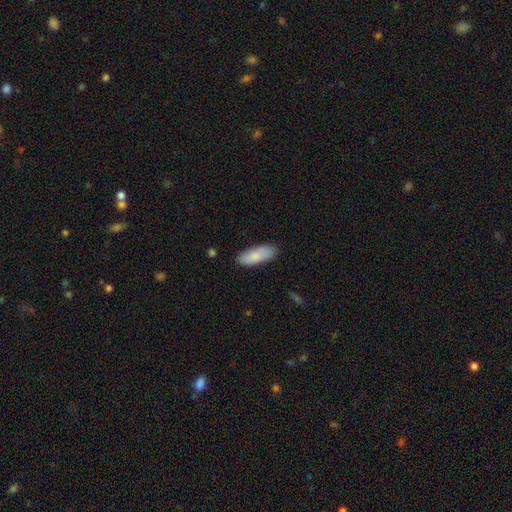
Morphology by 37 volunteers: This appears to be a smooth galaxy with no disk features (84%) that is in between round and cigar-shaped (65%). Merging: none (83%).